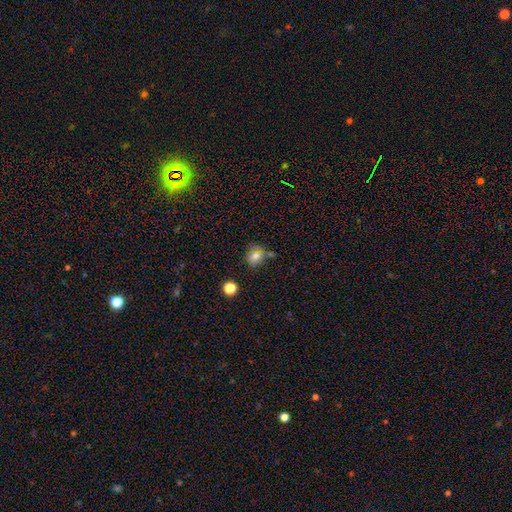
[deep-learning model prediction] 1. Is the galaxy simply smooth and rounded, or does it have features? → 71% smooth, 16% star or artifact, 13% featured or disk.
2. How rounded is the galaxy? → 72% round, 27% in between, 1% cigar-shaped.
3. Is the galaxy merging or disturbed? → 57% none, 21% minor disturbance, 14% merger, 9% major disturbance.